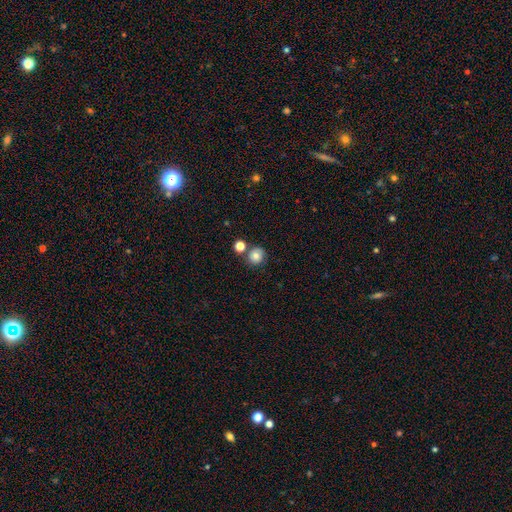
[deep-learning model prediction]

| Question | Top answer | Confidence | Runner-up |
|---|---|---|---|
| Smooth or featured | smooth | 76% | star or artifact (12%) |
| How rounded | round | 88% | in between (11%) |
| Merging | none | 73% | merger (14%) |